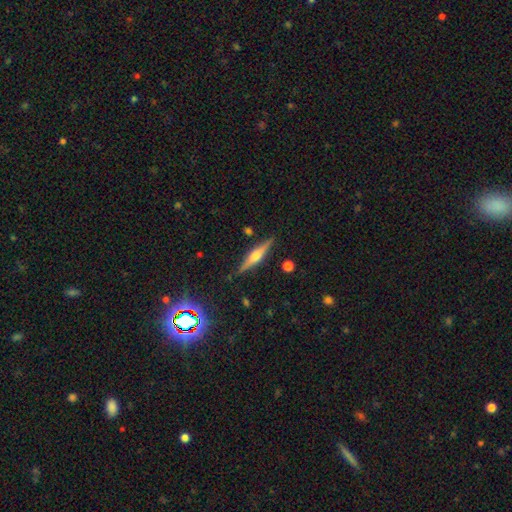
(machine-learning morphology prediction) A featured or disk galaxy (70%) viewed edge-on (97%) with a rounded central bulge (88%). Merging: none (88%).